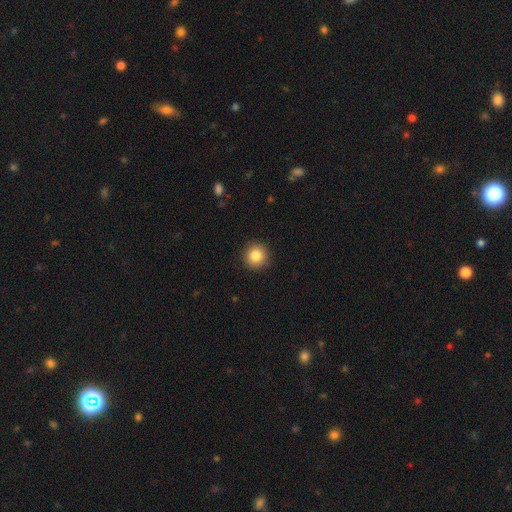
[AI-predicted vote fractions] A smooth galaxy with no disk features (84%) that is round (94%). Merging: none (92%).